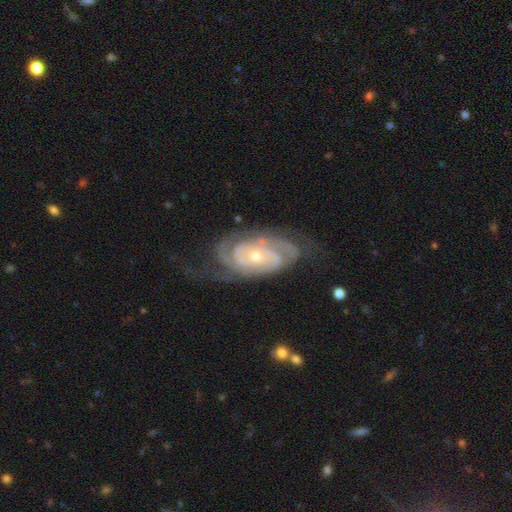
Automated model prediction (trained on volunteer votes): smooth_or_featured: featured or disk (p=0.90) [alt: smooth p=0.06]
disk_edge_on: no (p=0.95) [alt: yes p=0.05]
bar: no (p=0.72) [alt: weak p=0.21]
has_spiral_arms: yes (p=0.97) [alt: no p=0.03]
spiral_winding: tight (p=0.70) [alt: medium p=0.25]
spiral_arm_count: 2 (p=0.42) [alt: 3 p=0.21]
bulge_size: small (p=0.61) [alt: moderate p=0.36]
merging: none (p=0.65) [alt: minor disturbance p=0.21]